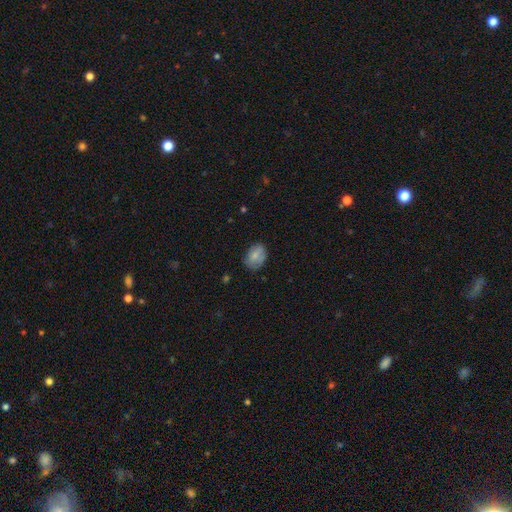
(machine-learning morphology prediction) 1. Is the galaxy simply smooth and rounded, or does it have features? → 77% smooth, 15% featured or disk, 7% star or artifact.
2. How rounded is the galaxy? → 80% in between, 19% round, 1% cigar-shaped.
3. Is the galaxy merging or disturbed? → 74% none, 21% minor disturbance, 4% major disturbance, 1% merger.